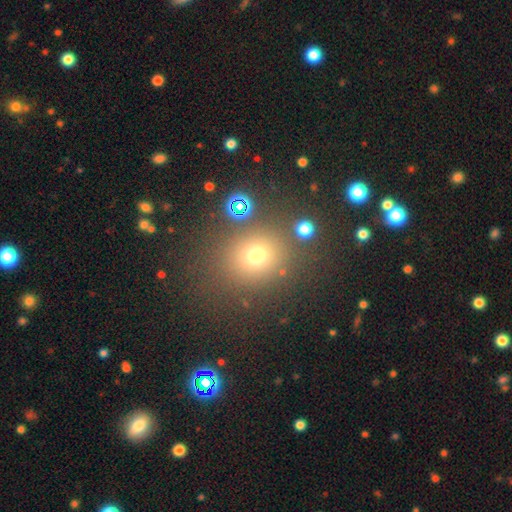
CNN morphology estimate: type=smooth (67%); roundness=round (75%); merging=none (81%).